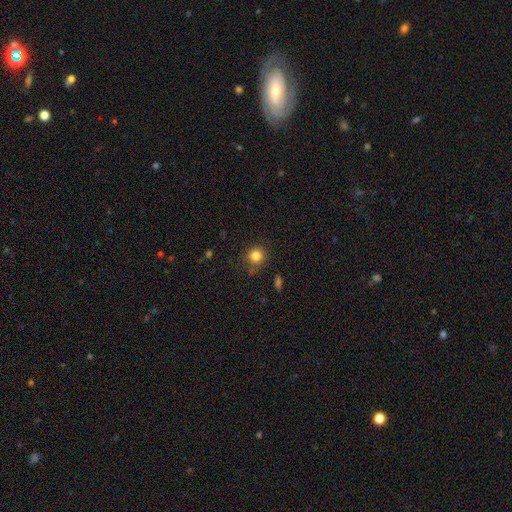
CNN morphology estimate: Smooth or featured?
  - smooth: 83% *
  - star or artifact: 11%
  - featured or disk: 5%
How rounded?
  - round: 92% *
  - in between: 8%
  - cigar-shaped: 1%
Merging?
  - none: 81% *
  - minor disturbance: 12%
  - major disturbance: 4%
  - merger: 3%